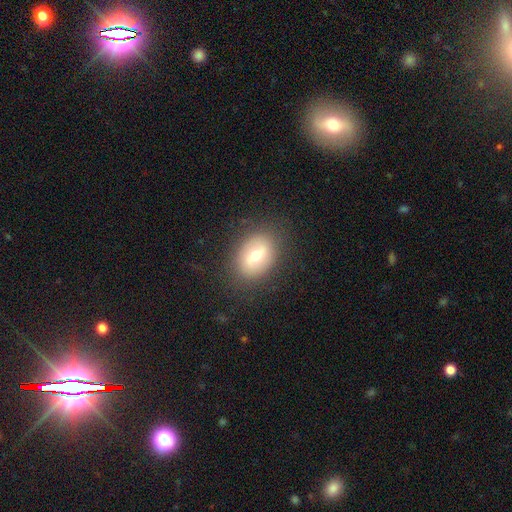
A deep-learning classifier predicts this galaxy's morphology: Smooth or featured? Predicted: smooth (p=0.53). How rounded? Predicted: in between (p=0.67). Merging? Predicted: none (p=0.85).